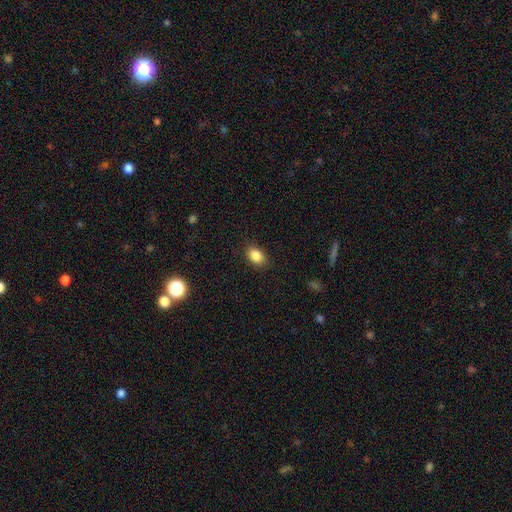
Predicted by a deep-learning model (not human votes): Overall: smooth (85%). How rounded: in between (72%). Merging: none (86%).